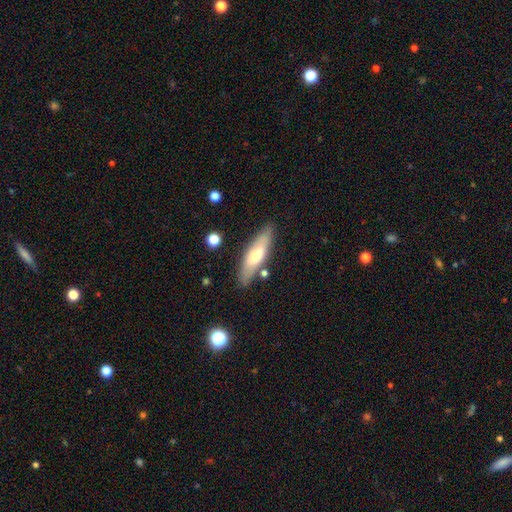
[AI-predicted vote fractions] Overall: smooth (54%; featured or disk 40%). How rounded: cigar-shaped (58%; in between 40%). Merging: none (81%).